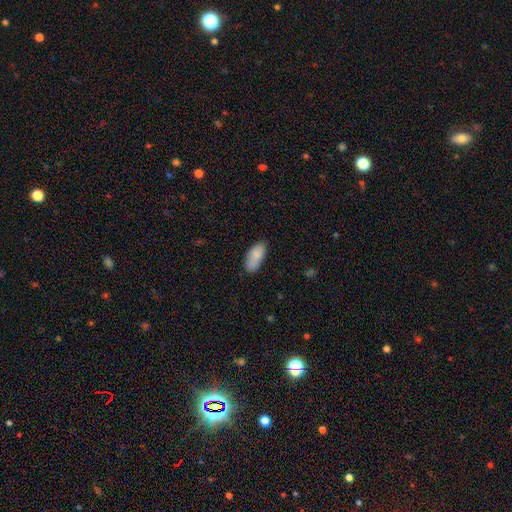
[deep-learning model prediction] This is clearly a smooth galaxy (84%). How rounded: clearly in between (89%). Merging: likely none (70%).